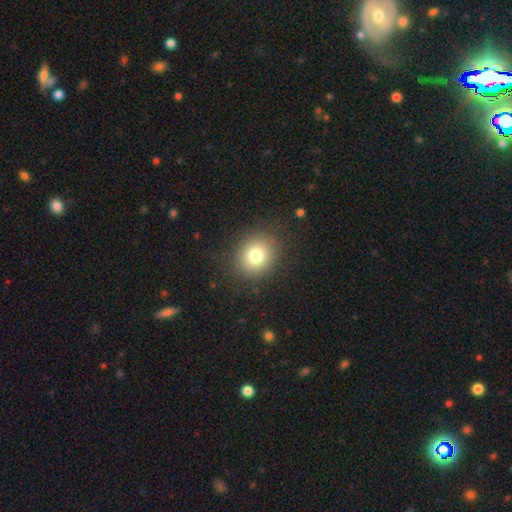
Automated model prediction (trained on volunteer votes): Smooth or featured?
  - smooth: 77% *
  - star or artifact: 12%
  - featured or disk: 10%
How rounded?
  - round: 76% *
  - in between: 24%
  - cigar-shaped: 1%
Merging?
  - none: 87% *
  - minor disturbance: 8%
  - major disturbance: 4%
  - merger: 1%